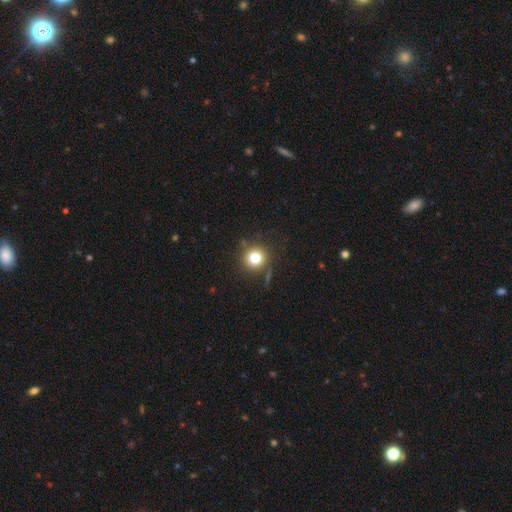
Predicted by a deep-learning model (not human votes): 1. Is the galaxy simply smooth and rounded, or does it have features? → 74% smooth, 17% star or artifact, 9% featured or disk.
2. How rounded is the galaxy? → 94% round, 5% in between, 1% cigar-shaped.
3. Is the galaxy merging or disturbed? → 84% none, 9% minor disturbance, 4% major disturbance, 3% merger.